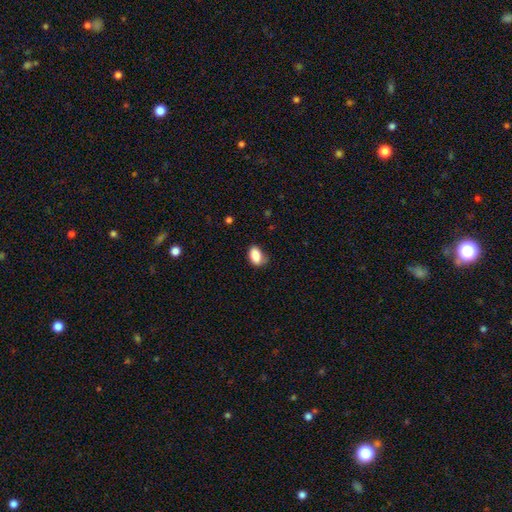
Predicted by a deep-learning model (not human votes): smooth 86%, star or artifact 8%, featured or disk 6%. Down the decision tree: how rounded — in between (90%); merging — none (64%).